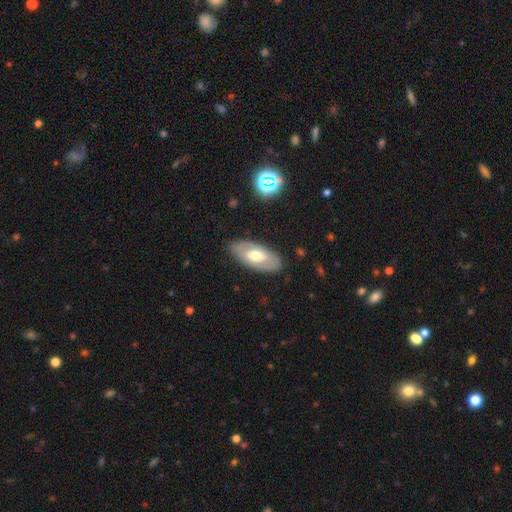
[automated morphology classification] smooth-or-featured: featured or disk: 51% | smooth: 43% | star or artifact: 6%
  disk-edge-on: no: 84% | yes: 16%
  merging: none: 85% | minor disturbance: 11% | major disturbance: 3% | merger: 1%